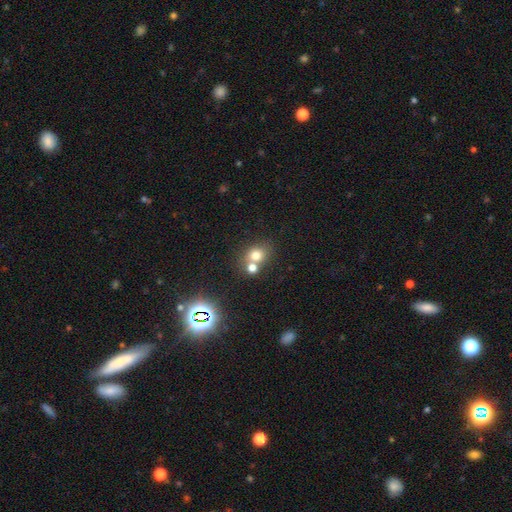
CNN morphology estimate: smooth-or-featured: smooth: 73% | star or artifact: 16% | featured or disk: 11%
  how-rounded: round: 72% | in between: 27% | cigar-shaped: 1%
  merging: none: 47% | merger: 42% | minor disturbance: 8% | major disturbance: 3%